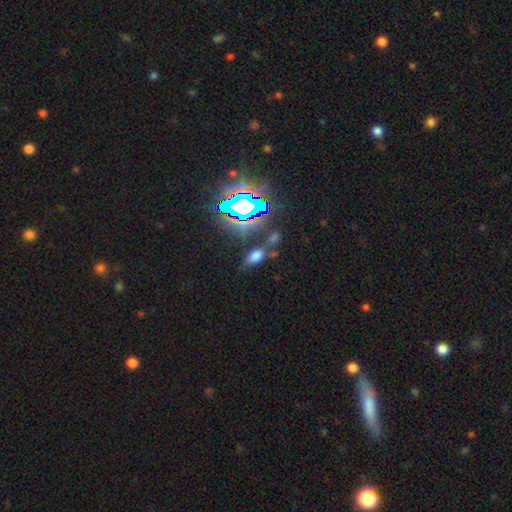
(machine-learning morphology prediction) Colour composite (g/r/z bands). It shows a smooth galaxy with no disk features (54%) that is in between round and cigar-shaped (84%). Merging: none (60%).